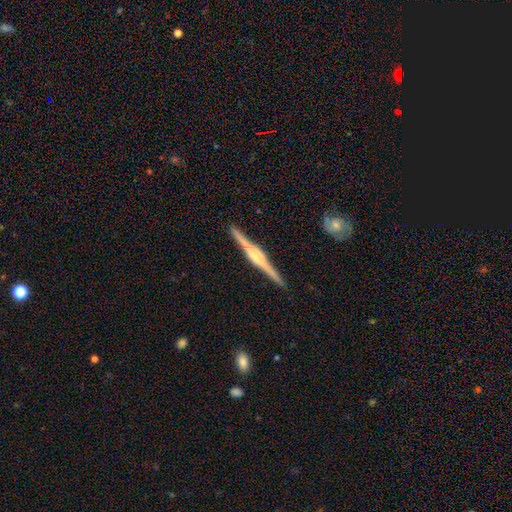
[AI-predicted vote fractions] The model was most divided on "edge-on bulge": rounded: 59%, boxy: 35%, none: 7%. More confident: edge-on disk — yes (99%); merging — none (91%); smooth or featured — featured or disk (85%).